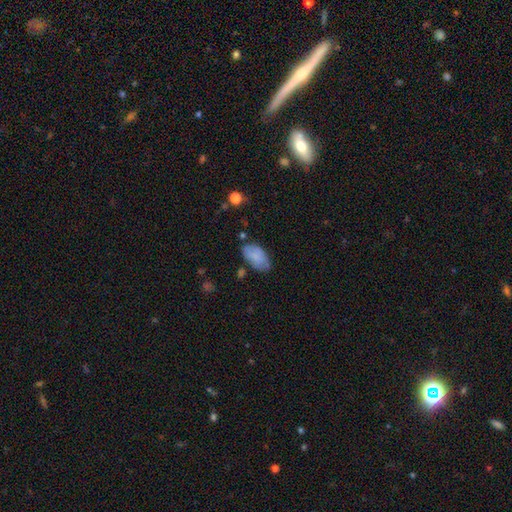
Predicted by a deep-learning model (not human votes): smooth 80%, featured or disk 13%, star or artifact 7%. Down the decision tree: how rounded — in between (95%); merging — none (68%).